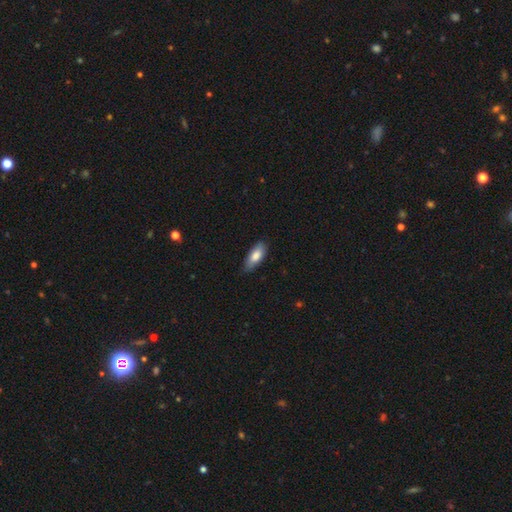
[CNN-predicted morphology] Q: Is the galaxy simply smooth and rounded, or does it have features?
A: smooth — 80%.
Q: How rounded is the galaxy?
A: in between — 78%.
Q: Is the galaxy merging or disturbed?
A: none — 79%.